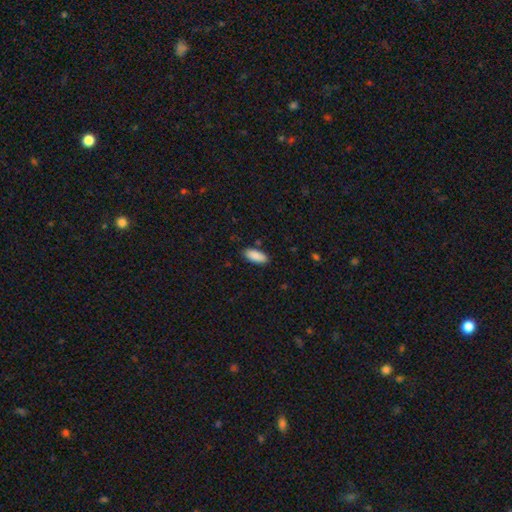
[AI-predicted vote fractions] Morphology: type=smooth (90%); roundness=in between (81%); merging=none (86%).